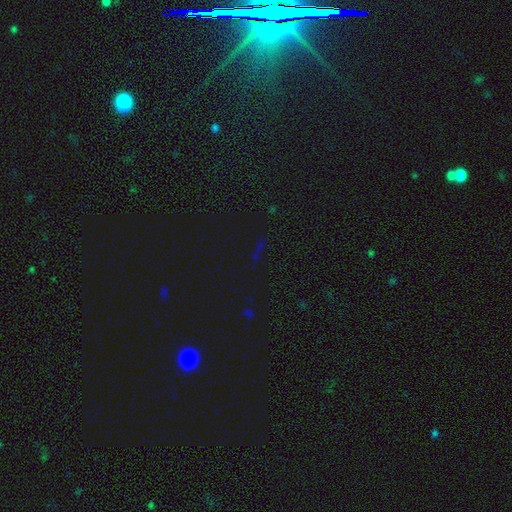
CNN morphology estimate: This appears to be a star or artifact, not a galaxy (74%).